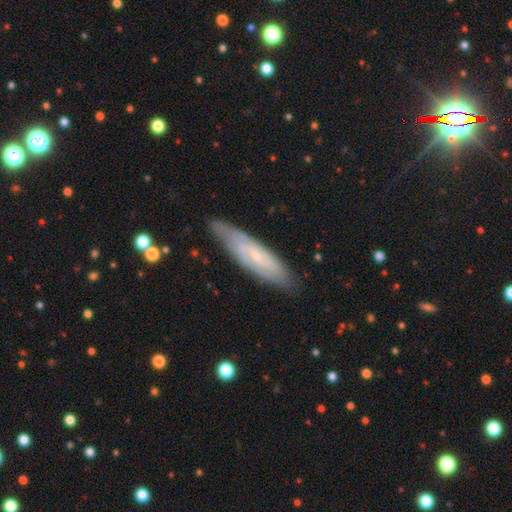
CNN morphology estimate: smooth-or-featured: featured or disk: 58% | smooth: 35% | star or artifact: 7%
  disk-edge-on: no: 62% | yes: 38%
  merging: none: 78% | minor disturbance: 17% | major disturbance: 4% | merger: 2%